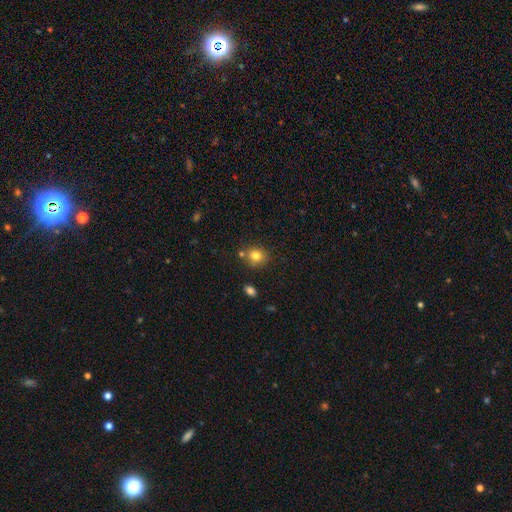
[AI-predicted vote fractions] This appears to be a smooth galaxy with no disk features (81%) that is round (74%). Merging: none (73%).